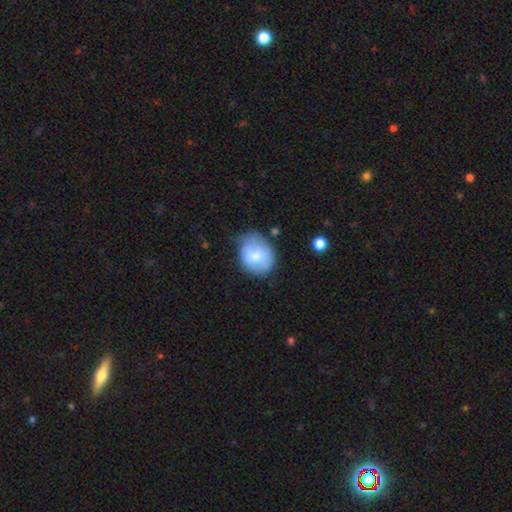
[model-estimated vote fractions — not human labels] This appears to be a smooth galaxy with no disk features (69%) that is round (53%). Merging: none (50%).